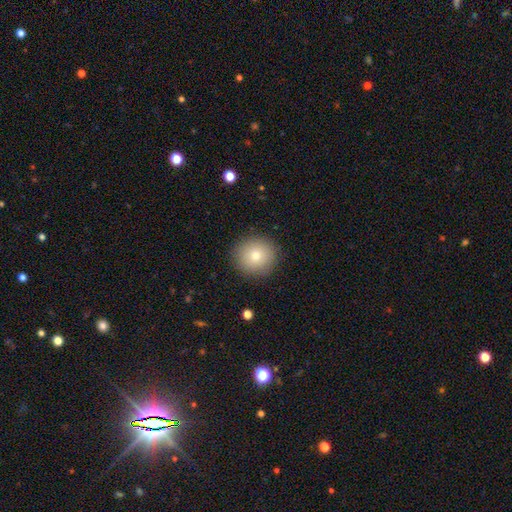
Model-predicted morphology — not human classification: smooth_or_featured: smooth (p=0.76) [alt: featured or disk p=0.13]
how_rounded: round (p=0.92) [alt: in between p=0.07]
merging: none (p=0.89) [alt: minor disturbance p=0.07]